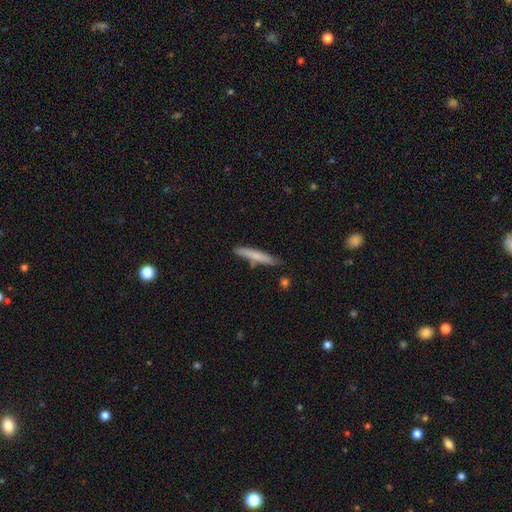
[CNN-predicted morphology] Smooth or featured: smooth — 69% (featured or disk — 26%)
How rounded: cigar-shaped — 94% (in between — 5%)
Merging: none — 79% (minor disturbance — 14%)